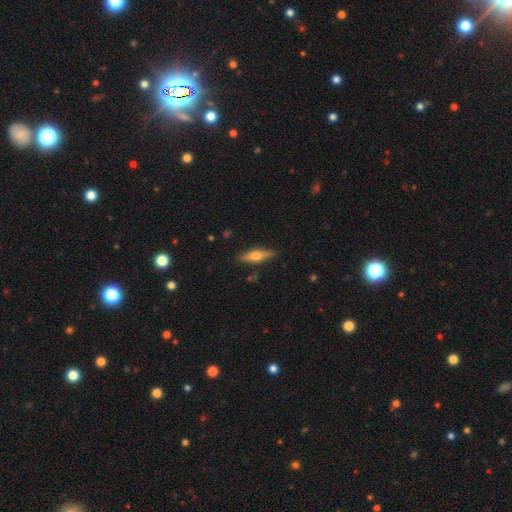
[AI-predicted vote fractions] A featured or disk galaxy (47%). Merging: none (85%).